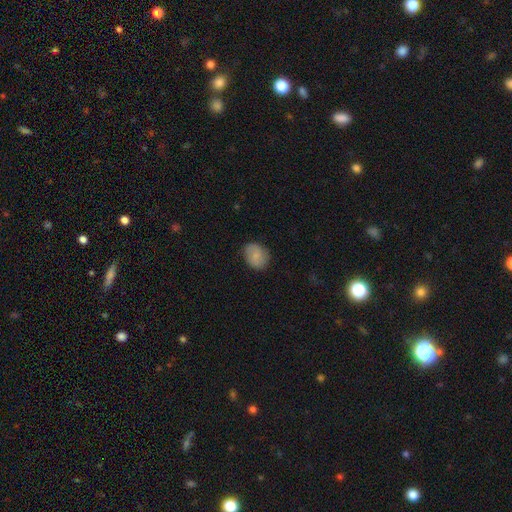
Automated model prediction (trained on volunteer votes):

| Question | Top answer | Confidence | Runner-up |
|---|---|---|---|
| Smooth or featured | smooth | 77% | featured or disk (16%) |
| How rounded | round | 50% | in between (49%) |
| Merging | none | 81% | minor disturbance (15%) |